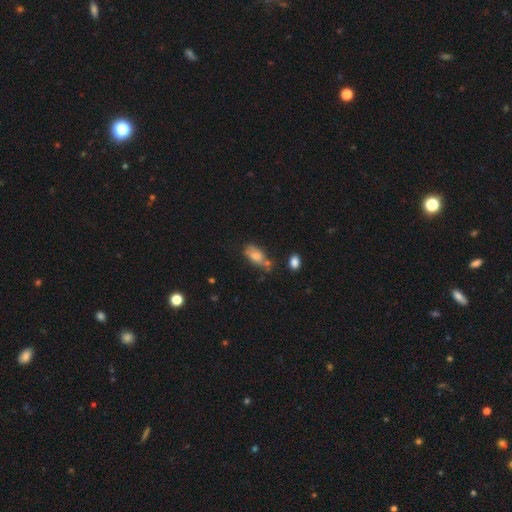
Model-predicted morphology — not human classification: This is likely a smooth galaxy (78%). How rounded: clearly in between (87%). Merging: possibly none (47%).